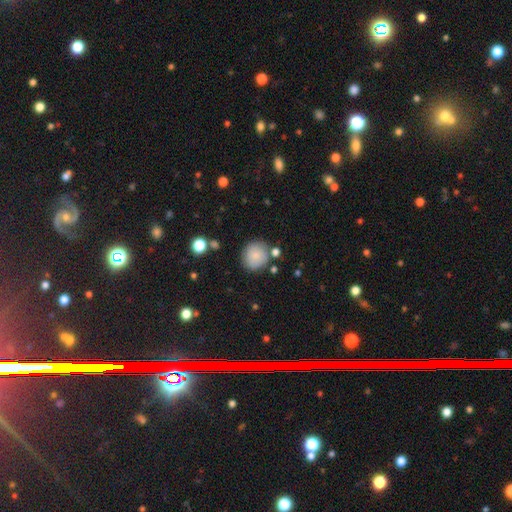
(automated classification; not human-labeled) Morphology: type=smooth (82%); roundness=round (89%); merging=none (77%).